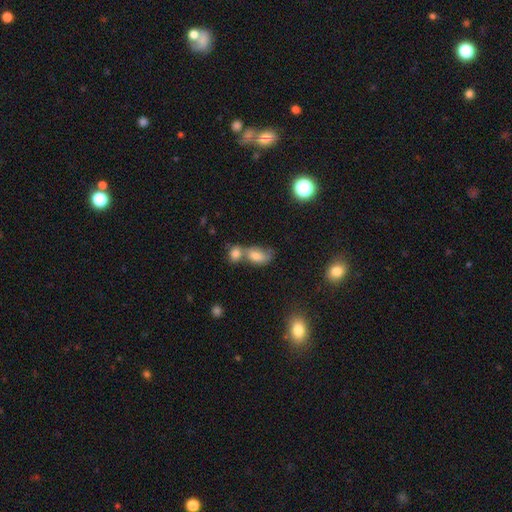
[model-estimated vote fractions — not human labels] smooth 69%, featured or disk 17%, star or artifact 14%. Down the decision tree: how rounded — in between (82%); merging — merger (51%).